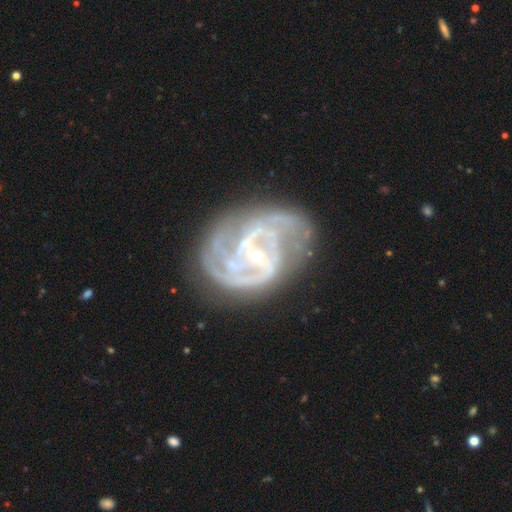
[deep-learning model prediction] A featured or disk galaxy (90%) with a weak bar (41%), 2 (39%) medium (47%) spiral arms (96%) and a small central bulge (79%). Merging: none (58%).